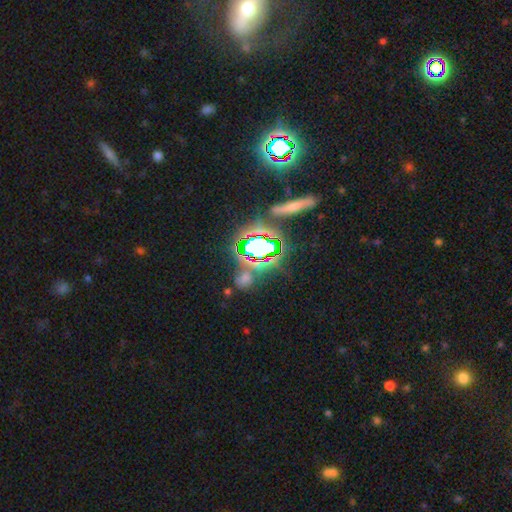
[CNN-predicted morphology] A star or artifact, not a galaxy (73%).

Vote fractions:
- Smooth or featured? star or artifact: 73% / smooth: 16% / featured or disk: 11%